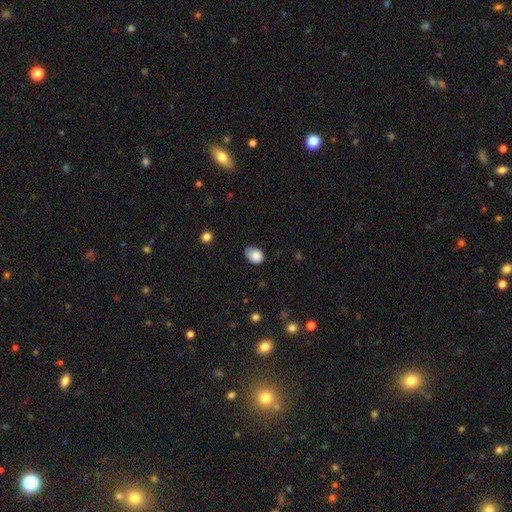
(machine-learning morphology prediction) Smooth or featured? smooth (85%)
How rounded? in between (75%)
Merging? none (54%)